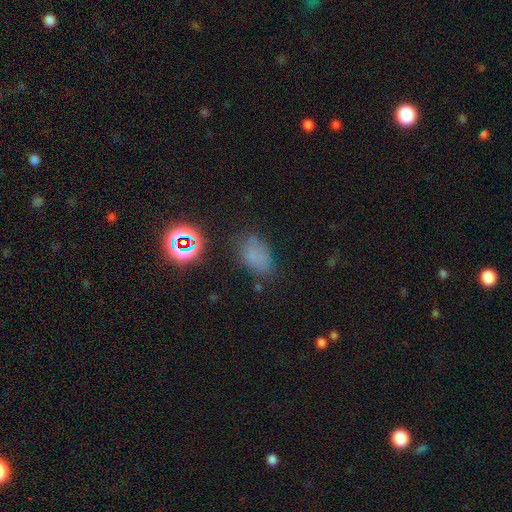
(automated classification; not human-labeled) smooth-or-featured: smooth: 63% | star or artifact: 26% | featured or disk: 11%
  how-rounded: in between: 84% | round: 14% | cigar-shaped: 2%
  merging: none: 62% | minor disturbance: 24% | major disturbance: 10% | merger: 4%